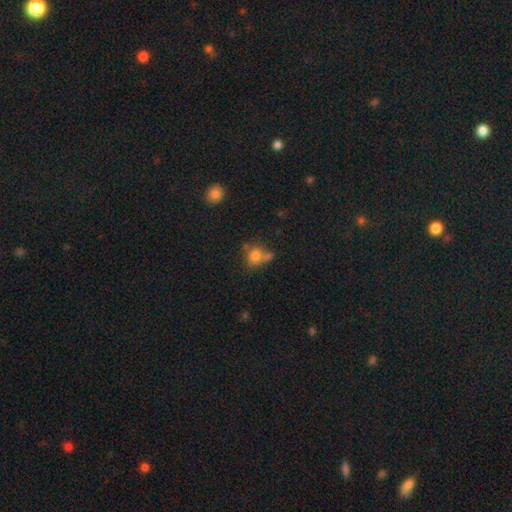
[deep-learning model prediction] This is likely a smooth galaxy (76%). How rounded: likely round (72%). Merging: possibly none (46%).